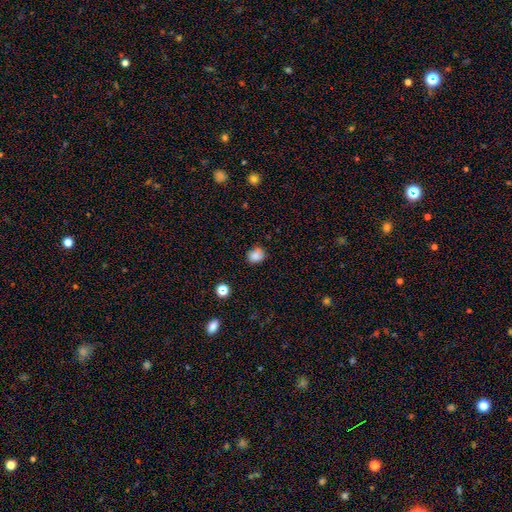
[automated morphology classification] smooth-or-featured: smooth: 83% | star or artifact: 12% | featured or disk: 5%
  how-rounded: round: 67% | in between: 32% | cigar-shaped: 1%
  merging: none: 78% | minor disturbance: 17% | major disturbance: 3% | merger: 2%